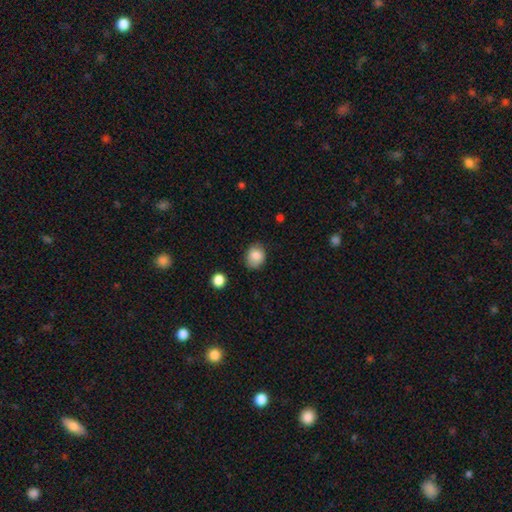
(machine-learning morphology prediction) type=smooth (83%); roundness=in between (50%); merging=none (72%).